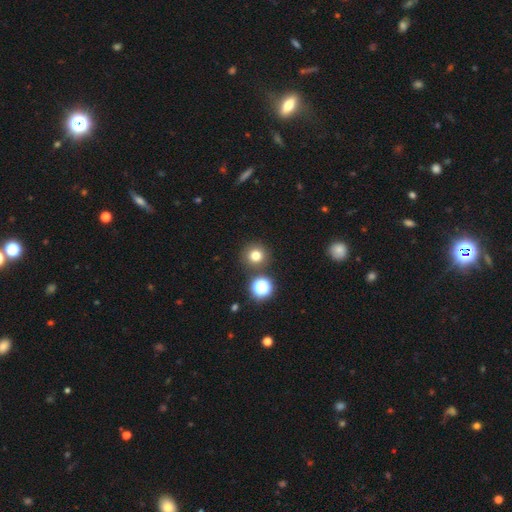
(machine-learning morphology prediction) This is likely a smooth galaxy (76%). How rounded: clearly round (93%). Merging: clearly none (85%).